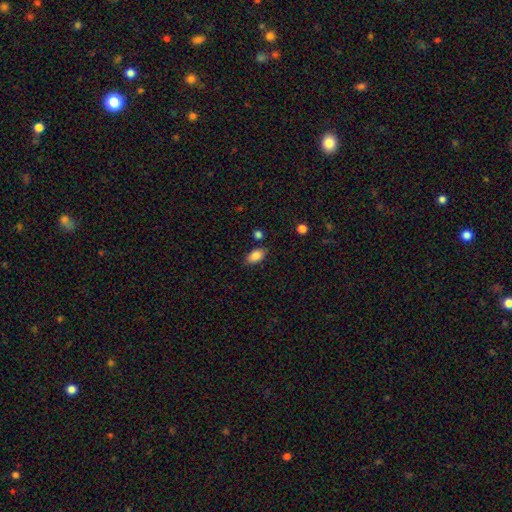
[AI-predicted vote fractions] smooth-or-featured: smooth: 85% | star or artifact: 8% | featured or disk: 7%
  how-rounded: in between: 92% | round: 6% | cigar-shaped: 3%
  merging: none: 81% | minor disturbance: 13% | merger: 4% | major disturbance: 3%